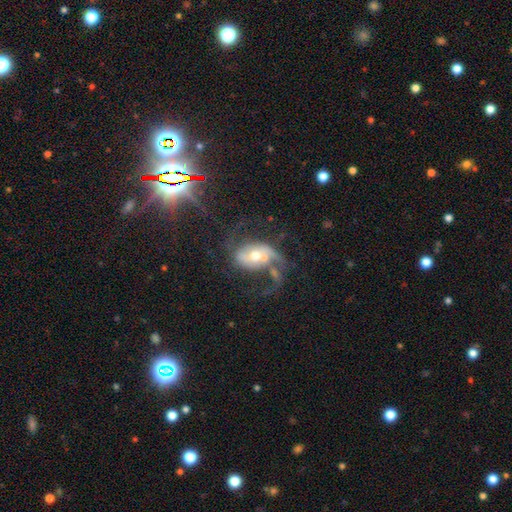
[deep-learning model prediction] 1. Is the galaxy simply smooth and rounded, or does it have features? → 73% featured or disk, 15% smooth, 12% star or artifact.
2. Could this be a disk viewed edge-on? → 96% no, 4% yes.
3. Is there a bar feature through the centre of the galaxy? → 58% no, 27% weak, 15% strong.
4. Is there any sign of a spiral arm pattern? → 83% yes, 17% no.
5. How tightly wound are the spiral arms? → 58% loose, 32% medium, 10% tight.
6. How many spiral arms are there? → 72% 2, 12% 1, 9% can't tell, 3% 3, 2% 4, 2% more than 4.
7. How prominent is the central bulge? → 64% moderate, 28% small, 5% large, 1% none, 1% dominant.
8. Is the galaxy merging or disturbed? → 36% none, 28% major disturbance, 21% merger, 16% minor disturbance.